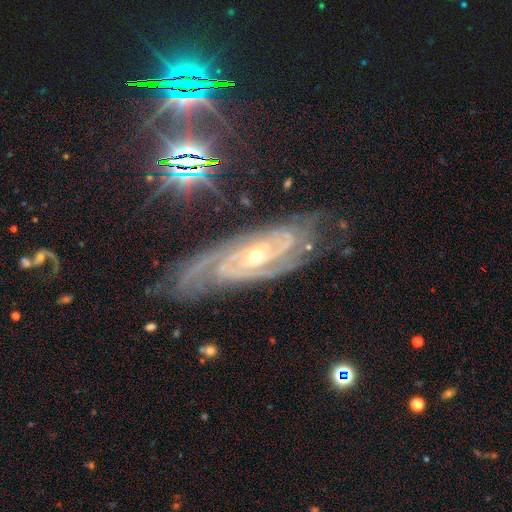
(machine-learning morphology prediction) Smooth or featured? Predicted: featured or disk (p=0.88). Edge-on disk? Predicted: no (p=0.92). Bar? Predicted: no (p=0.47). Spiral arms? Predicted: yes (p=0.98). Spiral winding? Predicted: tight (p=0.71). Spiral arm count? Predicted: 2 (p=0.35). Bulge size? Predicted: small (p=0.55). Merging? Predicted: none (p=0.73).